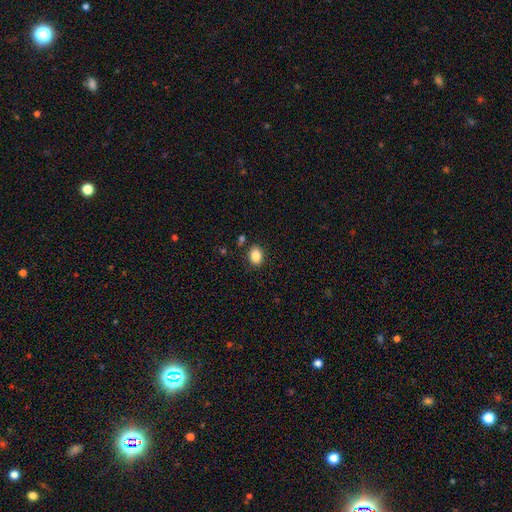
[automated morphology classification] type=smooth (87%); roundness=in between (73%); merging=none (85%).